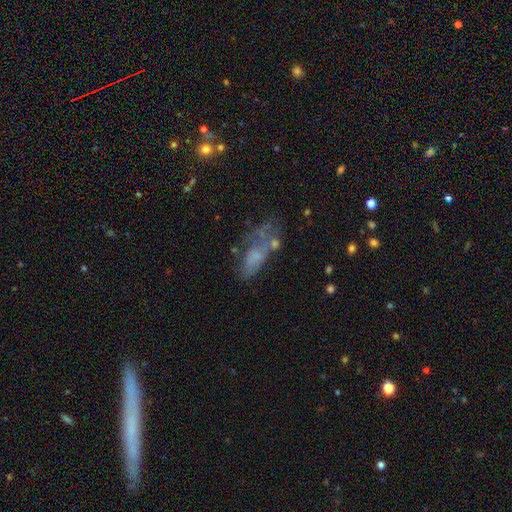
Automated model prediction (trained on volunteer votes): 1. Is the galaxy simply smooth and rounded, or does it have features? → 44% smooth, 40% featured or disk, 15% star or artifact.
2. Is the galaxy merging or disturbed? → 32% major disturbance (tied), 32% none (tied), 22% minor disturbance, 14% merger.